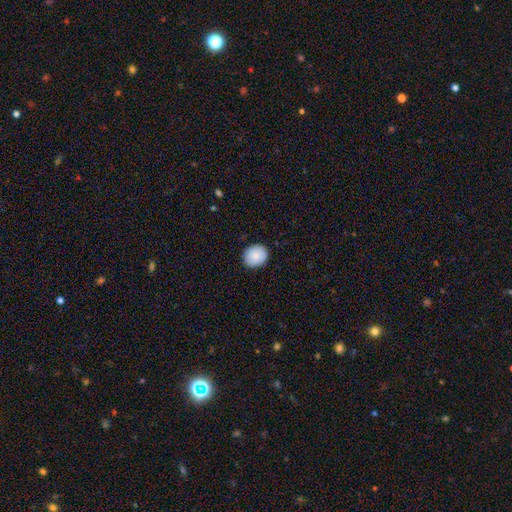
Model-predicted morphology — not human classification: This appears to be a smooth galaxy with no disk features (87%) that is round (67%). Merging: none (89%).